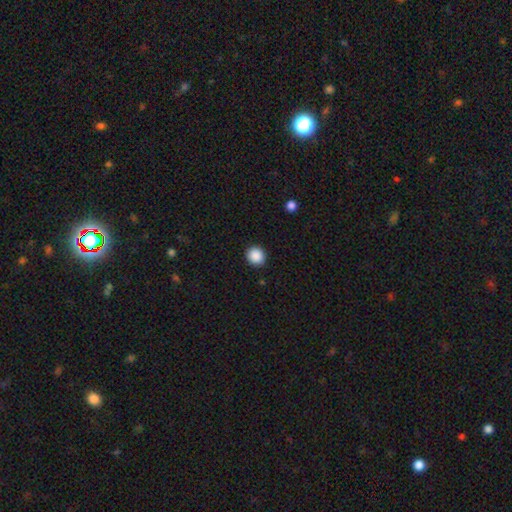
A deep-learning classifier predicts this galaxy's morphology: smooth-or-featured: smooth: 89% | star or artifact: 9% | featured or disk: 3%
  how-rounded: round: 83% | in between: 16% | cigar-shaped: 1%
  merging: none: 91% | minor disturbance: 6% | major disturbance: 2% | merger: 1%